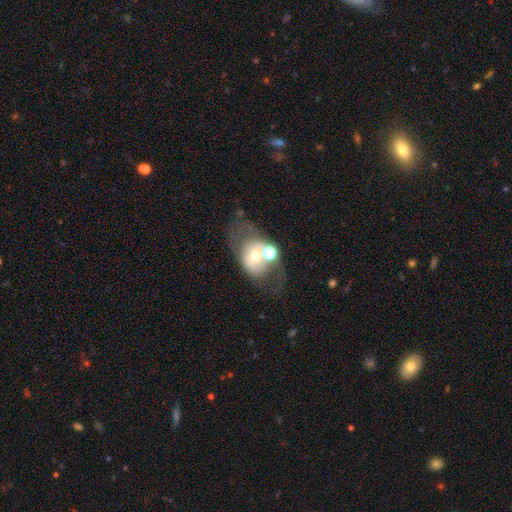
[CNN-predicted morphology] Overall: featured or disk (48%; smooth 40%). Merging: none (33%; merger 30%).